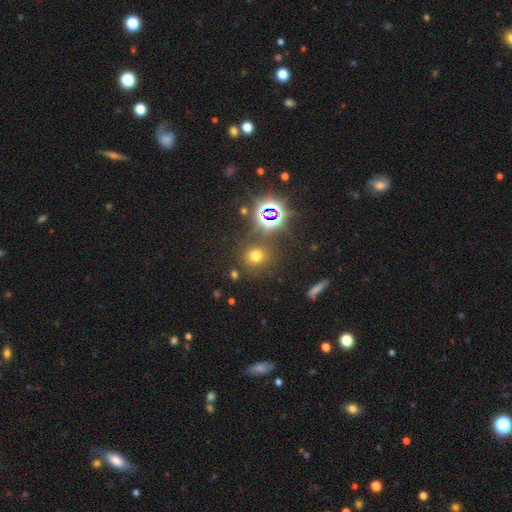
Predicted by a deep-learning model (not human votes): Overall: smooth (62%; star or artifact 30%). How rounded: round (84%). Merging: none (80%).